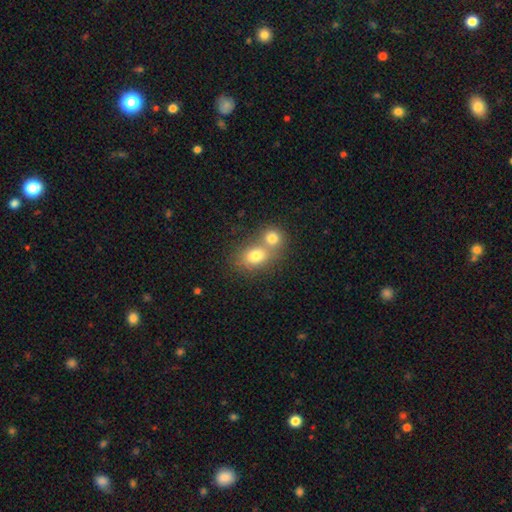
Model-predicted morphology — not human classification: smooth_or_featured: smooth (p=0.76) [alt: featured or disk p=0.14]
how_rounded: round (p=0.53) [alt: in between p=0.46]
merging: merger (p=0.58) [alt: none p=0.32]